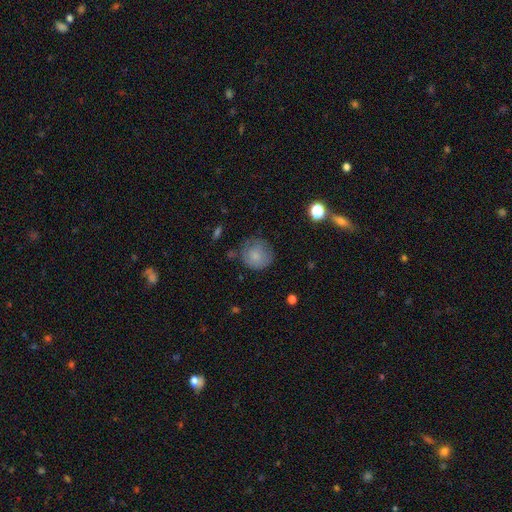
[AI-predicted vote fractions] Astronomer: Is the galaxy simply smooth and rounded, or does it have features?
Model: smooth — 77%.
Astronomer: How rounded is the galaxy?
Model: round — 89%.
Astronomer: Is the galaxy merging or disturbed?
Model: none — 66%.